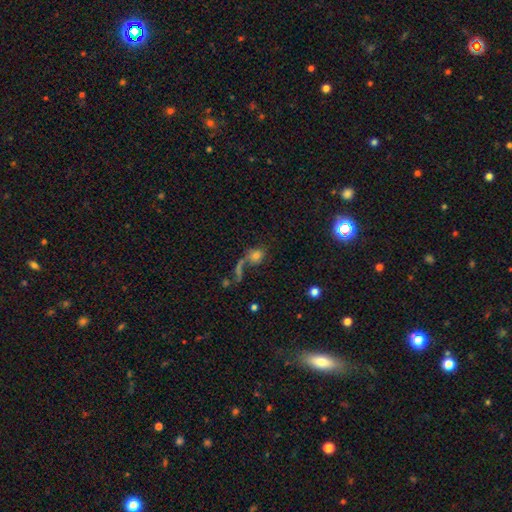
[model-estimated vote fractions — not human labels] Smooth or featured: smooth — 56% (featured or disk — 28%)
How rounded: round — 60% (in between — 36%)
Merging: none — 34% (major disturbance — 27%)